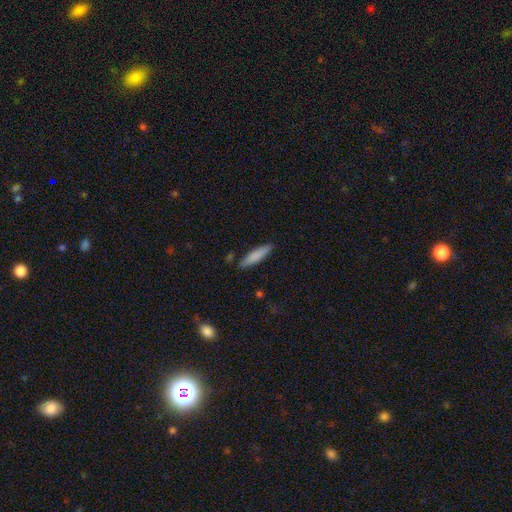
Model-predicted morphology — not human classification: A smooth galaxy with no disk features (81%) that is cigar-shaped (76%).

Vote fractions:
- Smooth or featured? smooth: 81% / featured or disk: 13% / star or artifact: 6%
- How rounded? cigar-shaped: 76% / in between: 22% / round: 1%
- Merging? none: 85% / minor disturbance: 11% / major disturbance: 2% / merger: 2%